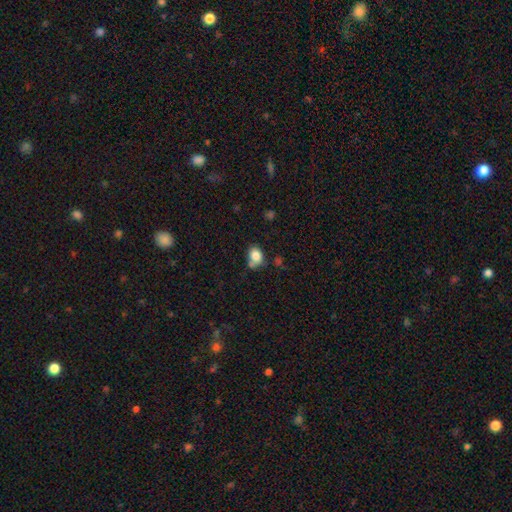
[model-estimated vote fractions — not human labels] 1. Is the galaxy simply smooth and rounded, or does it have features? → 82% smooth, 10% star or artifact, 9% featured or disk.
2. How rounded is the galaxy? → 54% in between, 45% round, 1% cigar-shaped.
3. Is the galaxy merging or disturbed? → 54% none, 23% minor disturbance, 16% merger, 7% major disturbance.